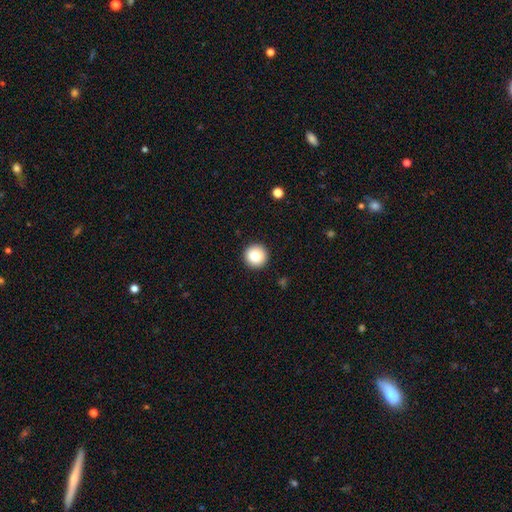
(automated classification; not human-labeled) A smooth galaxy with no disk features (83%) that is round (97%). Merging: none (93%).